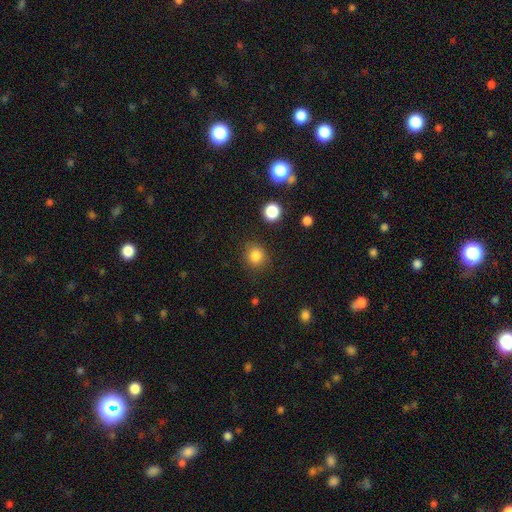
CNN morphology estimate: Q: Smooth or featured?
A: smooth (84%); runner-up: star or artifact (12%)
Q: How rounded?
A: round (86%); runner-up: in between (13%)
Q: Merging?
A: none (86%); runner-up: minor disturbance (9%)